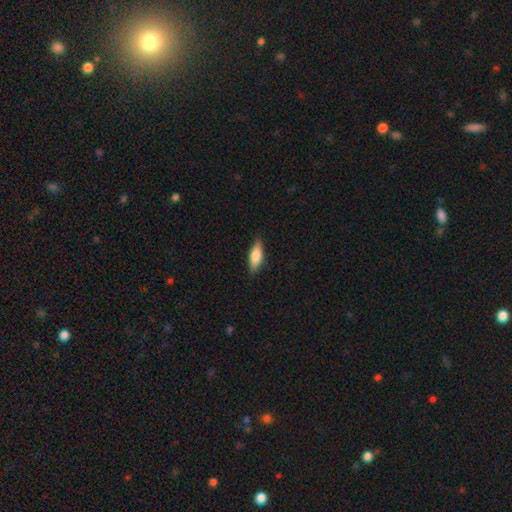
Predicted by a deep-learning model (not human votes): smooth_or_featured: smooth (p=0.73) [alt: featured or disk p=0.20]
how_rounded: in between (p=0.61) [alt: cigar-shaped p=0.36]
merging: none (p=0.86) [alt: minor disturbance p=0.11]